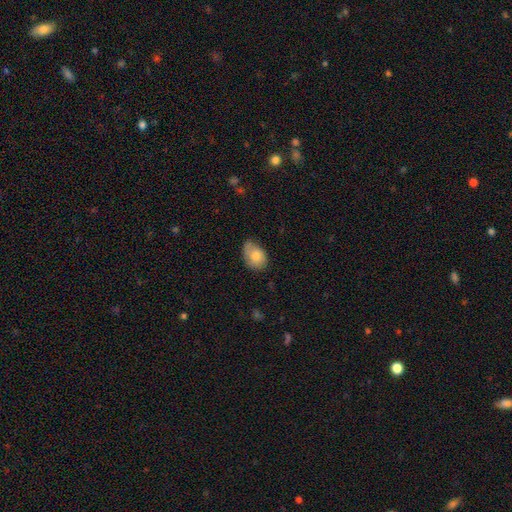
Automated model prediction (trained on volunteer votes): This appears to be a smooth galaxy with no disk features (76%) that is in between round and cigar-shaped (76%). Merging: none (48%).